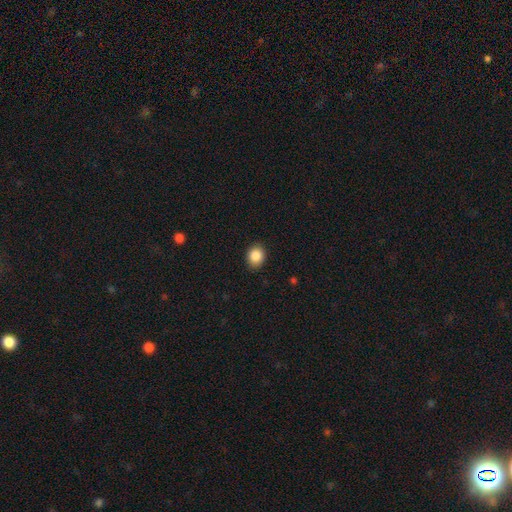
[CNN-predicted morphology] Overall: smooth (87%). How rounded: round (57%; in between 42%). Merging: none (89%).